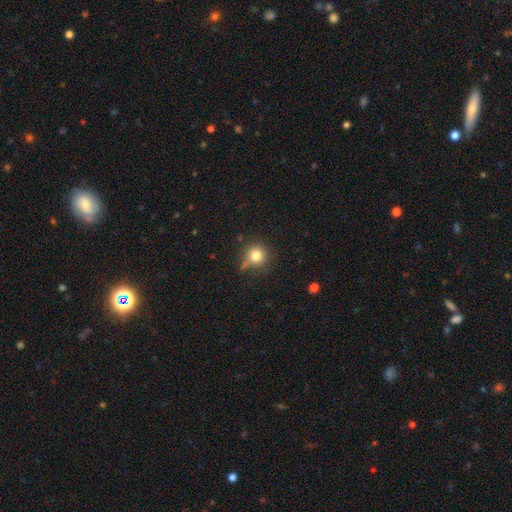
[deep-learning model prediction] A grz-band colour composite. It shows a smooth galaxy with no disk features (80%) that is round (93%). Merging: none (72%).